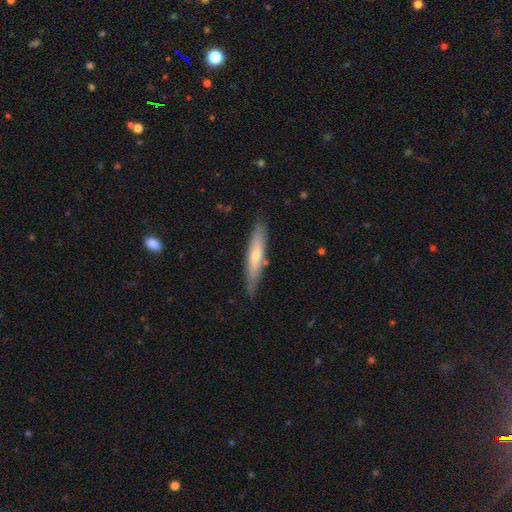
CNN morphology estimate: The model was most divided on "smooth or featured": smooth: 51%, featured or disk: 43%, star or artifact: 6%. More confident: how rounded — cigar-shaped (88%); merging — none (82%).